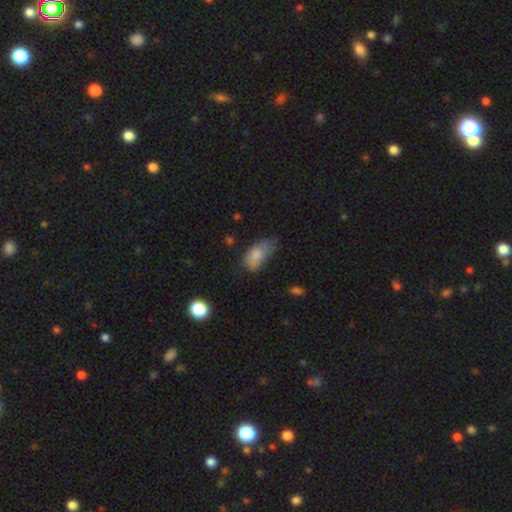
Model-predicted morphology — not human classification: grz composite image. It shows a smooth galaxy with no disk features (78%) that is in between round and cigar-shaped (91%). Merging: minor disturbance (41%).